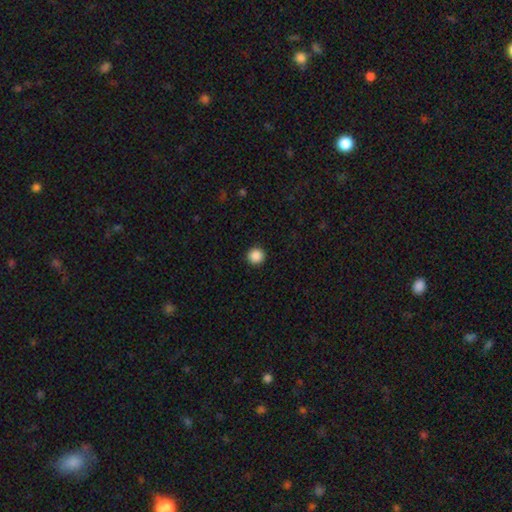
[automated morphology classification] A smooth galaxy with no disk features (88%) that is round (96%). Merging: none (93%).